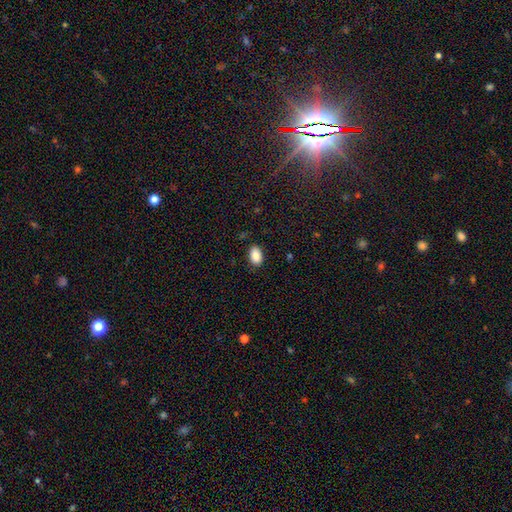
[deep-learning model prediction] A smooth galaxy with no disk features (87%) that is in between round and cigar-shaped (92%). Merging: none (87%).